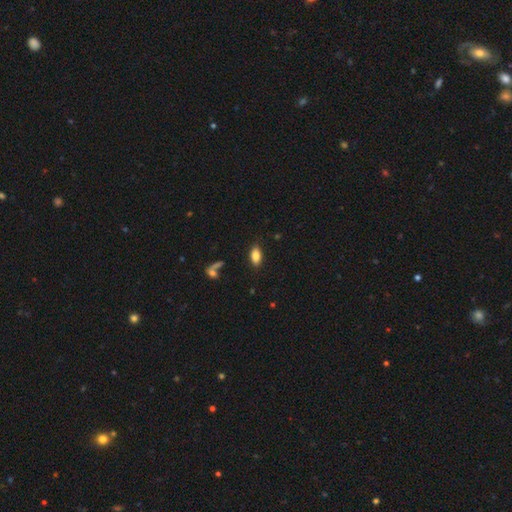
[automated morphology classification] Smooth or featured? smooth (82%)
How rounded? in between (90%)
Merging? none (85%)